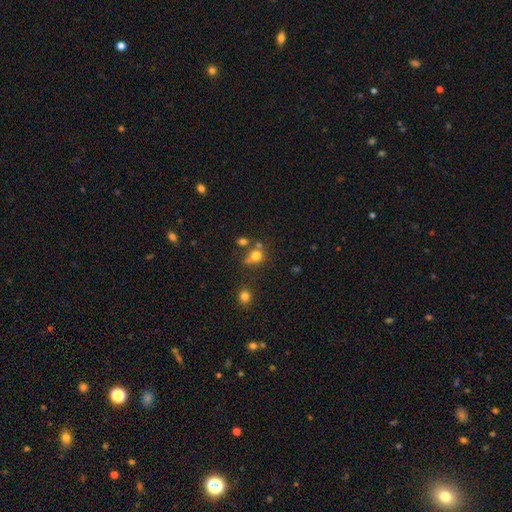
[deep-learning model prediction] A smooth galaxy with no disk features (74%) that is round (75%).

Vote fractions:
- Smooth or featured? smooth: 74% / star or artifact: 16% / featured or disk: 11%
- How rounded? round: 75% / in between: 24% / cigar-shaped: 1%
- Merging? none: 52% / merger: 26% / minor disturbance: 14% / major disturbance: 7%